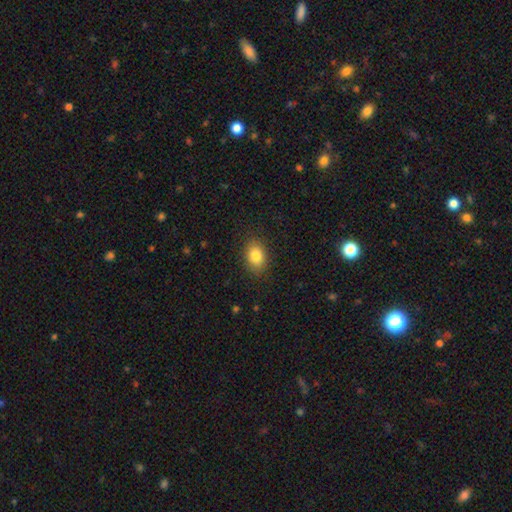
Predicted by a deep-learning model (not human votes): Smooth or featured? Predicted: smooth (p=0.83). How rounded? Predicted: in between (p=0.78). Merging? Predicted: none (p=0.87).